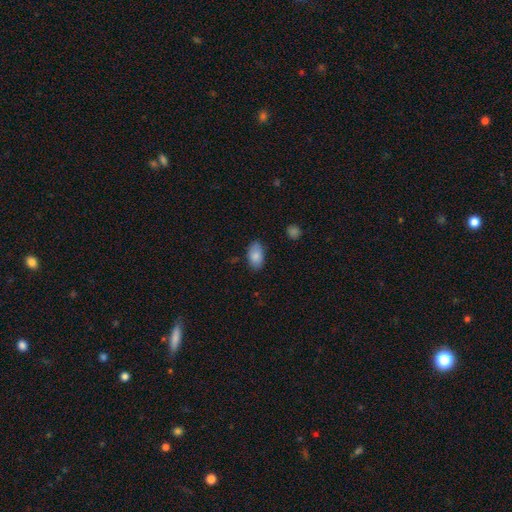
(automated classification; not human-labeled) Smooth or featured: smooth — 85% (featured or disk — 8%)
How rounded: in between — 93% (round — 5%)
Merging: none — 81% (minor disturbance — 15%)